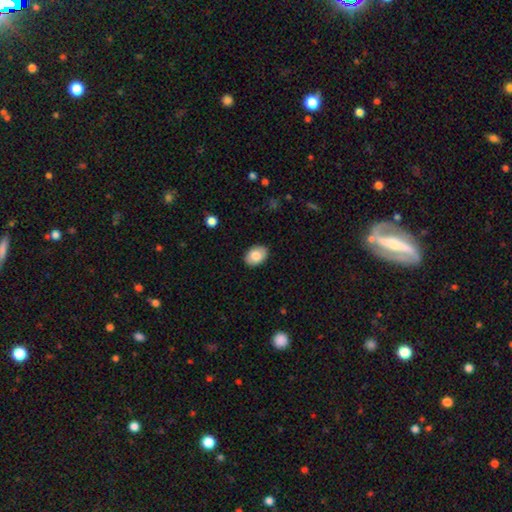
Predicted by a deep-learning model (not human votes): Q: Smooth or featured?
A: smooth (83%); runner-up: featured or disk (10%)
Q: How rounded?
A: in between (77%); runner-up: round (22%)
Q: Merging?
A: none (88%); runner-up: minor disturbance (9%)